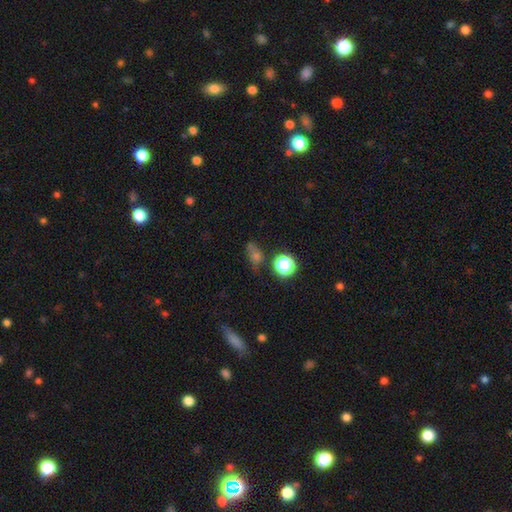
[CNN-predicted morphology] This is marginally a smooth galaxy (43%). Merging: likely none (71%).